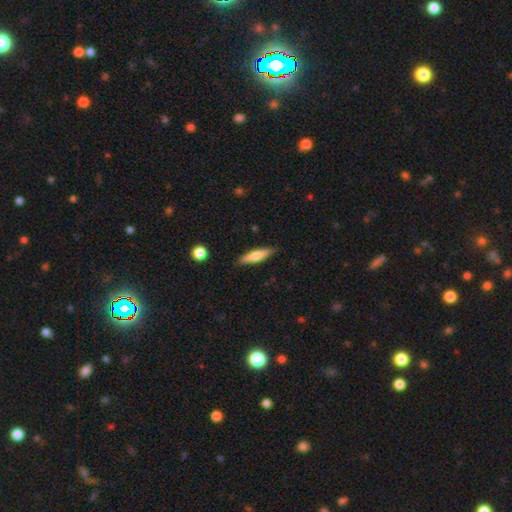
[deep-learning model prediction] Q: Smooth or featured?
A: smooth (69%); runner-up: featured or disk (25%)
Q: How rounded?
A: cigar-shaped (78%); runner-up: in between (21%)
Q: Merging?
A: none (88%); runner-up: minor disturbance (9%)